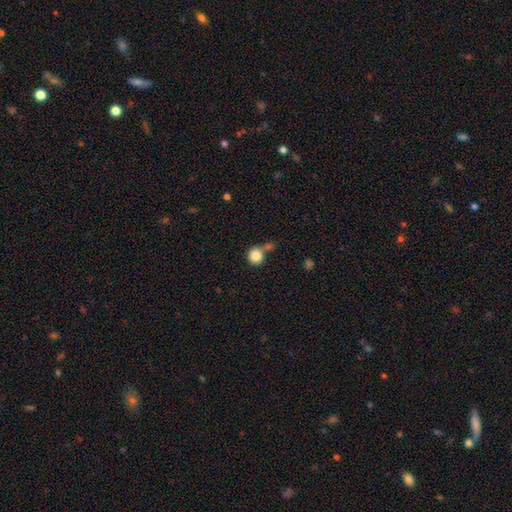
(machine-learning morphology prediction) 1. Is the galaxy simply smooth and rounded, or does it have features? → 85% smooth, 10% star or artifact, 6% featured or disk.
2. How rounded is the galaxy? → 91% round, 8% in between, 1% cigar-shaped.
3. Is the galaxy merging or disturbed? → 65% none, 21% merger, 10% minor disturbance, 3% major disturbance.